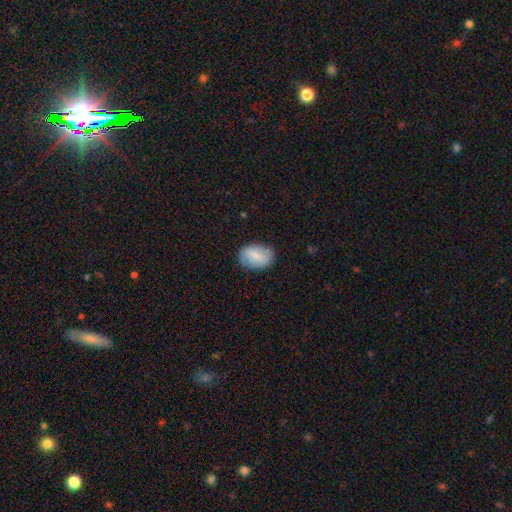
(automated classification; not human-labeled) Smooth or featured? Predicted: smooth (p=0.74). How rounded? Predicted: in between (p=0.84). Merging? Predicted: none (p=0.81).